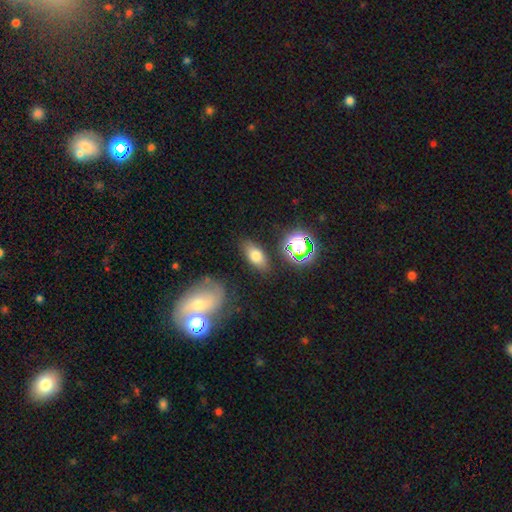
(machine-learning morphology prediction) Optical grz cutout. It shows a smooth galaxy with no disk features (70%) that is in between round and cigar-shaped (84%). Merging: none (80%).